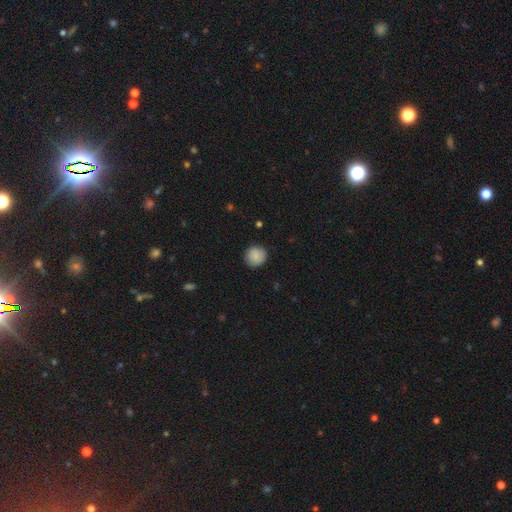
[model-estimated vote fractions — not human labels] smooth-or-featured: smooth: 85% | star or artifact: 8% | featured or disk: 7%
  how-rounded: round: 93% | in between: 6% | cigar-shaped: 1%
  merging: none: 89% | minor disturbance: 8% | major disturbance: 2% | merger: 1%